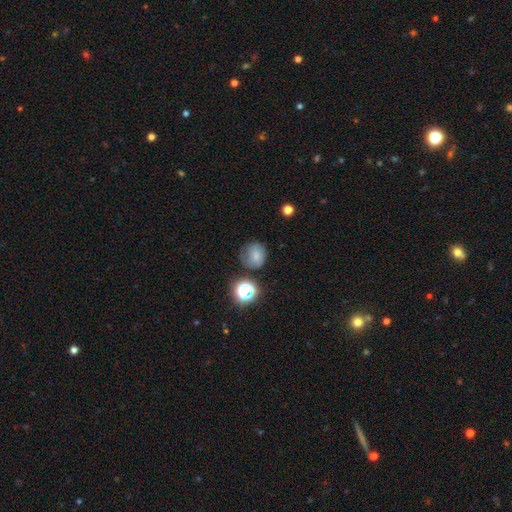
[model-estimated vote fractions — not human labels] smooth-or-featured: smooth: 70% | star or artifact: 16% | featured or disk: 15%
  how-rounded: round: 81% | in between: 18% | cigar-shaped: 1%
  merging: none: 63% | minor disturbance: 23% | major disturbance: 10% | merger: 5%